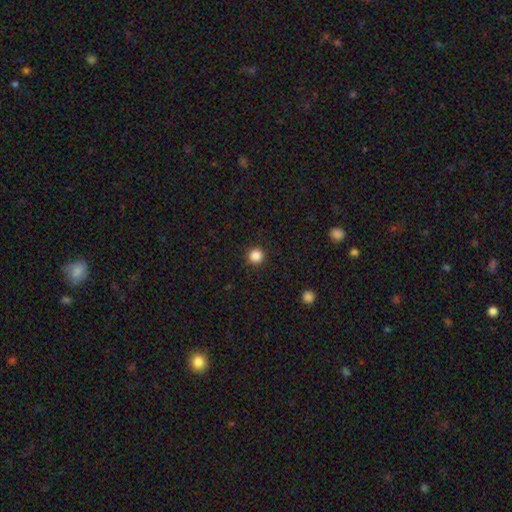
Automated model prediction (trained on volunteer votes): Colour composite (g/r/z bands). It shows a smooth galaxy with no disk features (86%) that is round (96%). Merging: none (93%).